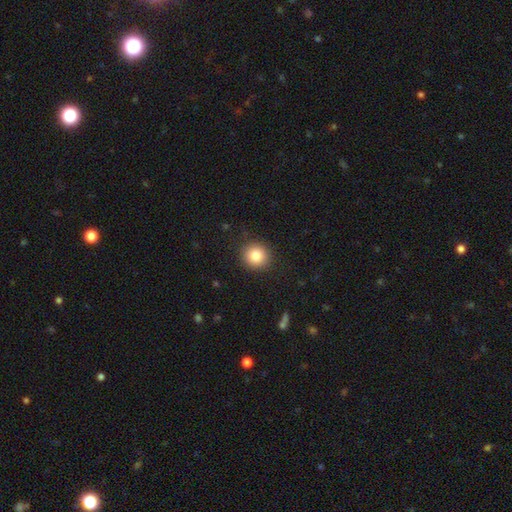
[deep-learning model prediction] Smooth or featured: smooth — 83% (star or artifact — 10%)
How rounded: round — 90% (in between — 9%)
Merging: none — 90% (minor disturbance — 6%)